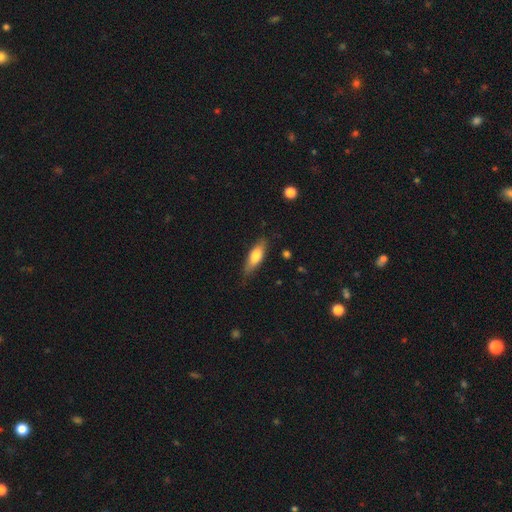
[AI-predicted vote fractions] smooth 70%, featured or disk 24%, star or artifact 6%. Down the decision tree: how rounded — in between (54%); merging — none (77%).